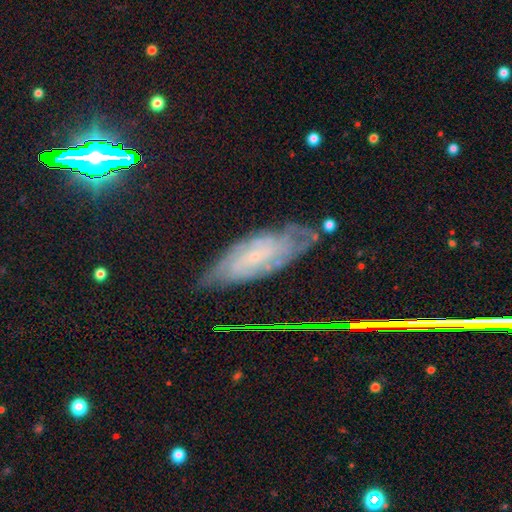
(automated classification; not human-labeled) A featured or disk galaxy (66%) with no bar (63%), spiral arms (88%) and a small central bulge (79%). Merging: none (70%).